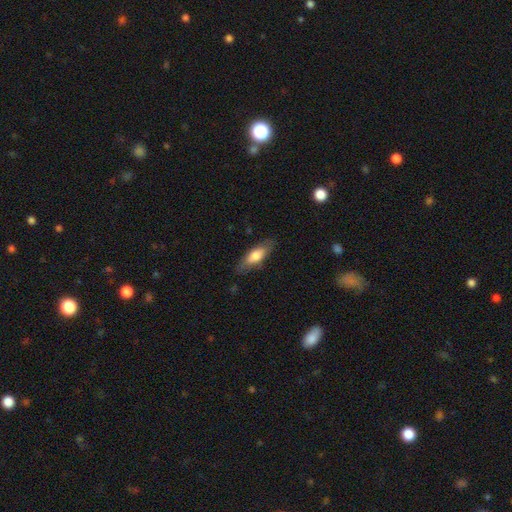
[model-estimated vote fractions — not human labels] A smooth galaxy with no disk features (69%) that is in between round and cigar-shaped (63%). Merging: none (79%).